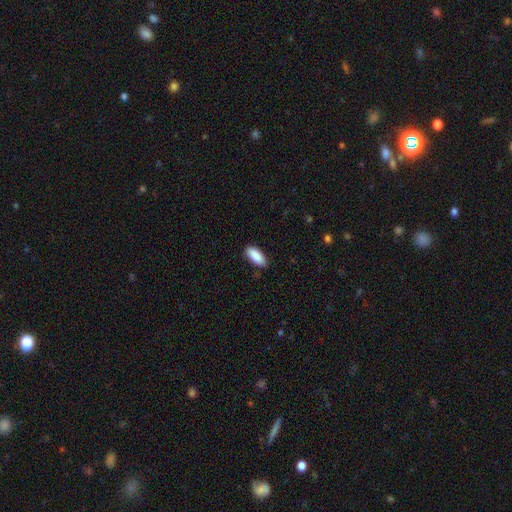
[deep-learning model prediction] smooth 90%, star or artifact 6%, featured or disk 4%. Down the decision tree: how rounded — in between (81%); merging — none (87%).